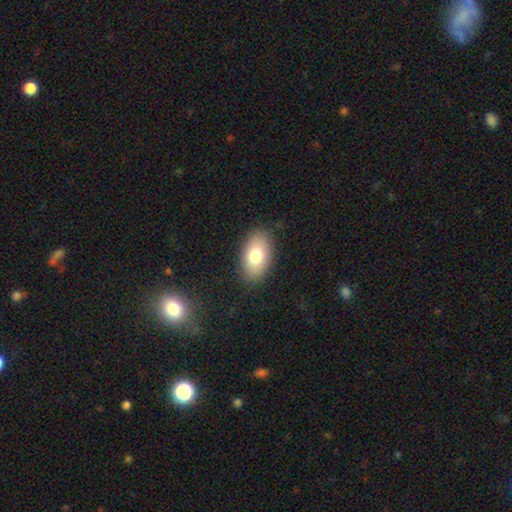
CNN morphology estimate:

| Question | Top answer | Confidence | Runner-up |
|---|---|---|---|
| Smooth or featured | smooth | 77% | featured or disk (15%) |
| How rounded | in between | 92% | round (7%) |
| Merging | none | 86% | minor disturbance (10%) |